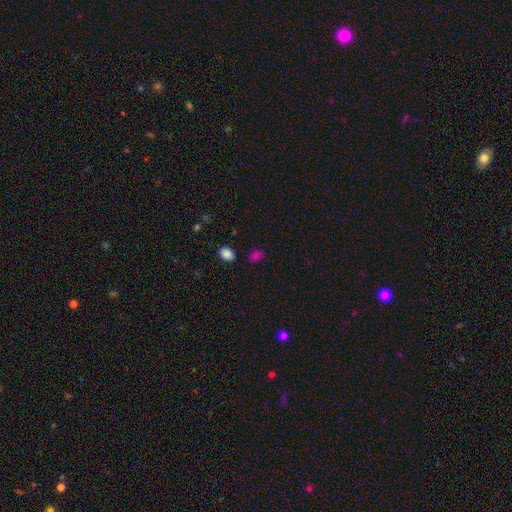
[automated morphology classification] This is likely a smooth galaxy (75%). How rounded: likely in between (69%). Merging: likely none (75%).